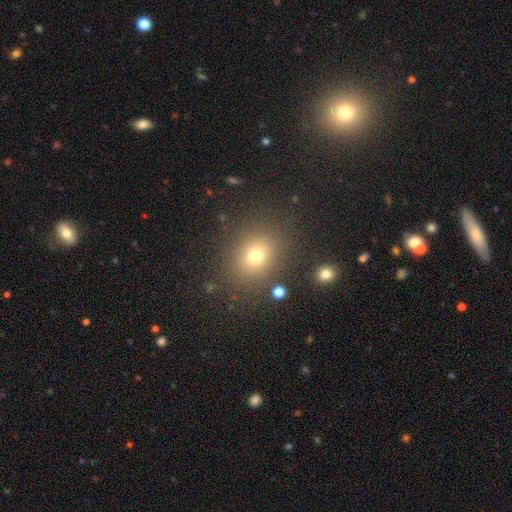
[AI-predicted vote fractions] smooth_or_featured: smooth (p=0.72) [alt: star or artifact p=0.18]
how_rounded: round (p=0.63) [alt: in between p=0.36]
merging: none (p=0.84) [alt: minor disturbance p=0.09]